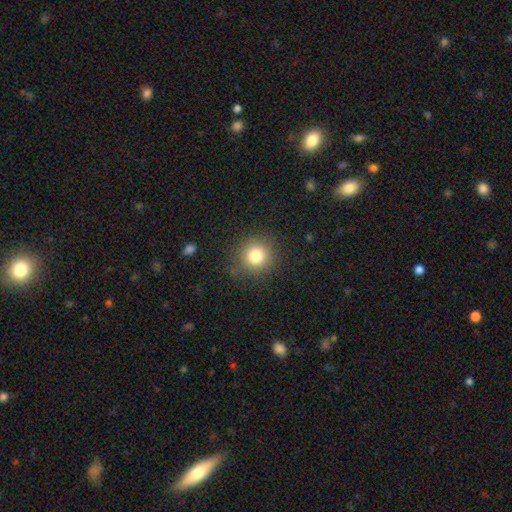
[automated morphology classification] type=smooth (81%); roundness=round (92%); merging=none (86%).